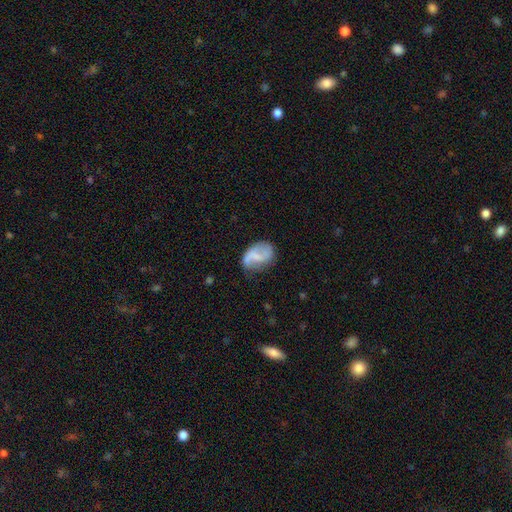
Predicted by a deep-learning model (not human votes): smooth-or-featured: featured or disk: 54% | smooth: 38% | star or artifact: 8%
  disk-edge-on: no: 97% | yes: 3%
    bar: weak: 42% | no: 36% | strong: 22%
    has-spiral-arms: yes: 76% | no: 24%
    bulge-size: none: 49% | small: 32% | moderate: 16% | large: 3% | dominant: 1%
  merging: none: 51% | minor disturbance: 30% | major disturbance: 16% | merger: 3%